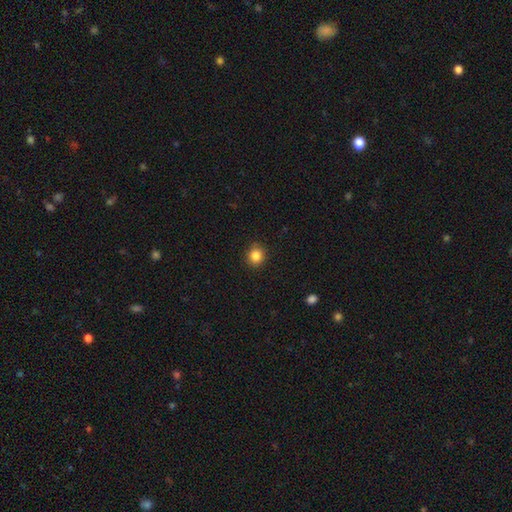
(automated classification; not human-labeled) Q: Smooth or featured?
A: smooth (85%); runner-up: star or artifact (11%)
Q: How rounded?
A: round (87%); runner-up: in between (12%)
Q: Merging?
A: none (91%); runner-up: minor disturbance (7%)